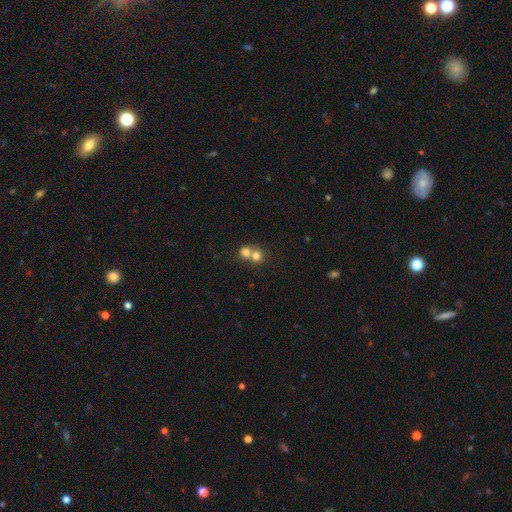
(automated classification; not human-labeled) Morphology: type=smooth (75%); roundness=round (83%); merging=merger (64%).